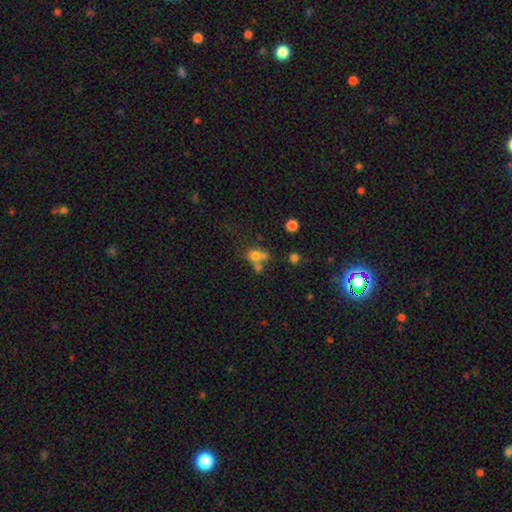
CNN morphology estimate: smooth_or_featured: smooth (p=0.71) [alt: featured or disk p=0.15]
how_rounded: round (p=0.62) [alt: in between p=0.37]
merging: merger (p=0.45) [alt: none p=0.37]